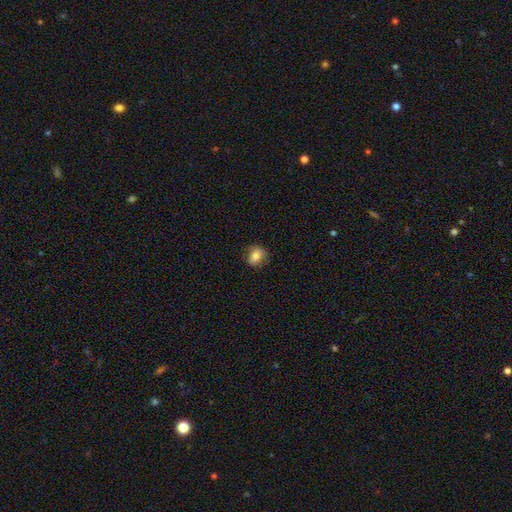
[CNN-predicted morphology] type=smooth (77%); roundness=round (49%, tied with in between); merging=none (76%).